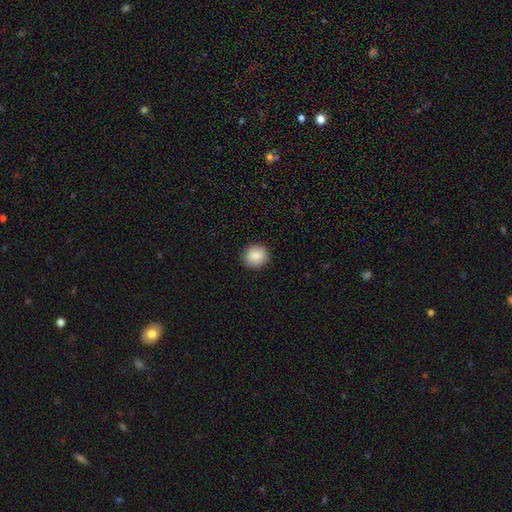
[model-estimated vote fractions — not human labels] A smooth galaxy with no disk features (86%) that is round (83%).

Vote fractions:
- Smooth or featured? smooth: 86% / star or artifact: 8% / featured or disk: 7%
- How rounded? round: 83% / in between: 17% / cigar-shaped: 1%
- Merging? none: 91% / minor disturbance: 7% / major disturbance: 2% / merger: 1%